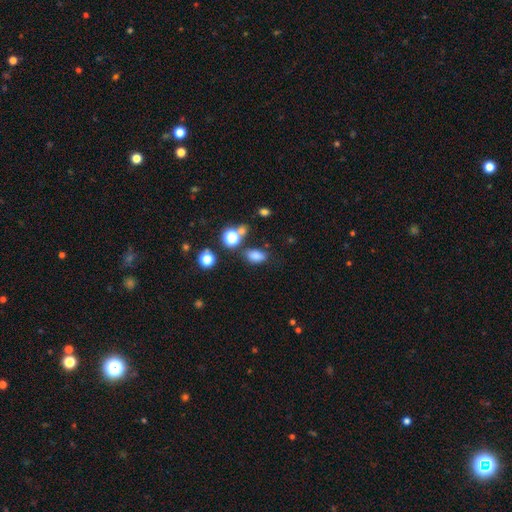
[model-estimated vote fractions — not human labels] Smooth or featured? smooth (77%)
How rounded? in between (81%)
Merging? none (70%)